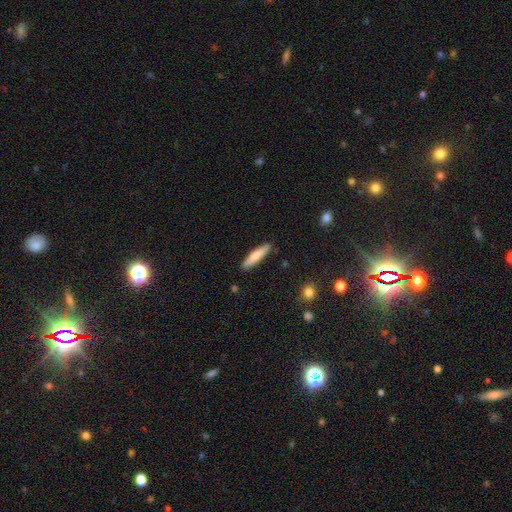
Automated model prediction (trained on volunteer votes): Q: Smooth or featured?
A: smooth (78%); runner-up: featured or disk (17%)
Q: How rounded?
A: cigar-shaped (83%); runner-up: in between (16%)
Q: Merging?
A: none (89%); runner-up: minor disturbance (8%)